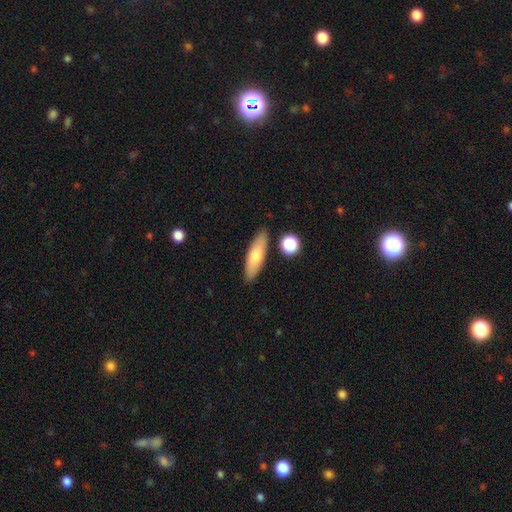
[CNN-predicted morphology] A smooth galaxy with no disk features (72%) that is cigar-shaped (56%). Merging: none (86%).